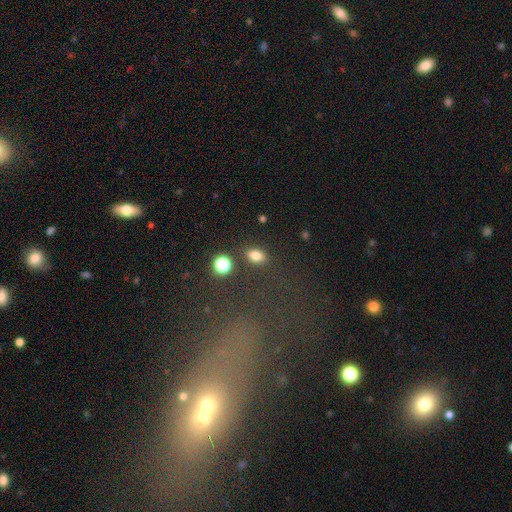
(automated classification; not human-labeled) Smooth or featured? Predicted: smooth (p=0.80). How rounded? Predicted: in between (p=0.81). Merging? Predicted: none (p=0.82).